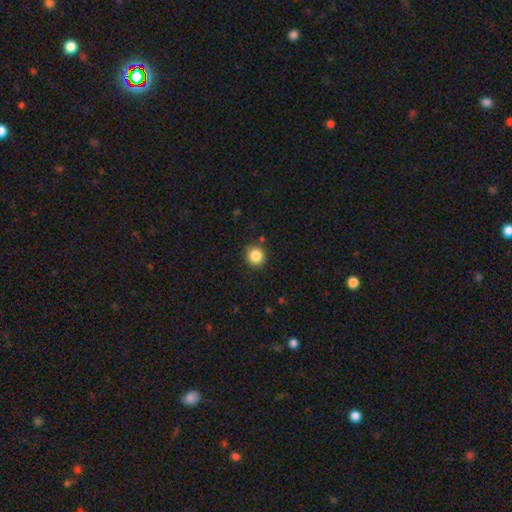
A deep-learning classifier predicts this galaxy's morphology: type=smooth (86%); roundness=round (92%); merging=none (88%).